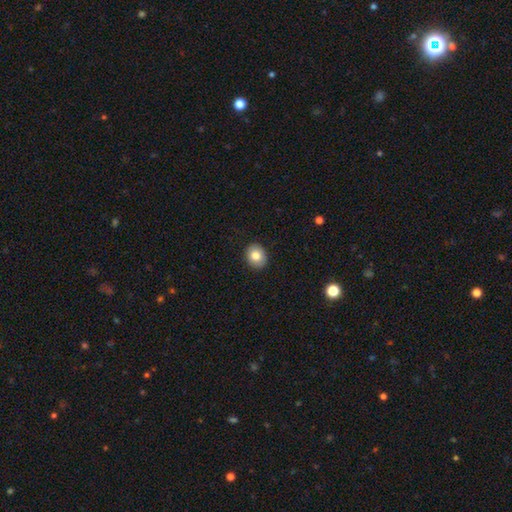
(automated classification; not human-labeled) Morphology: type=smooth (81%); roundness=round (63%); merging=none (91%).